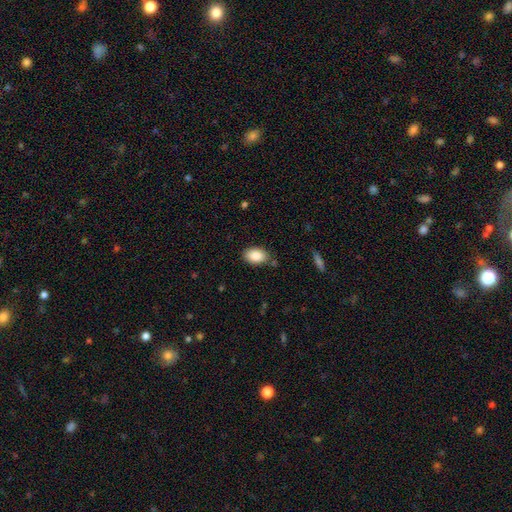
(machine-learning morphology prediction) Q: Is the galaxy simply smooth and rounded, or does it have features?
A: smooth — 88%.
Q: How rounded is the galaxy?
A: in between — 90%.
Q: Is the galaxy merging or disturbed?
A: none — 81%.